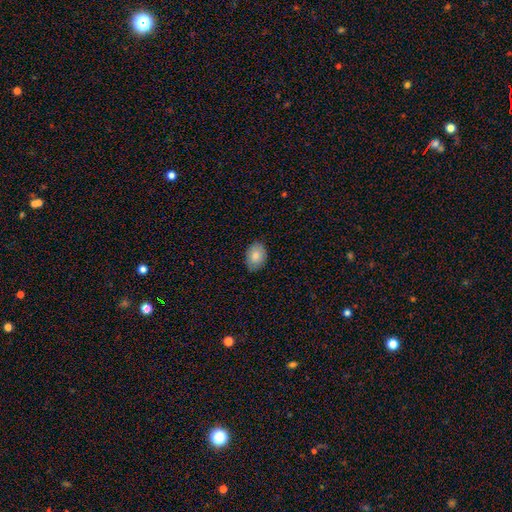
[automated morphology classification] Smooth or featured? smooth (84%)
How rounded? in between (80%)
Merging? none (85%)